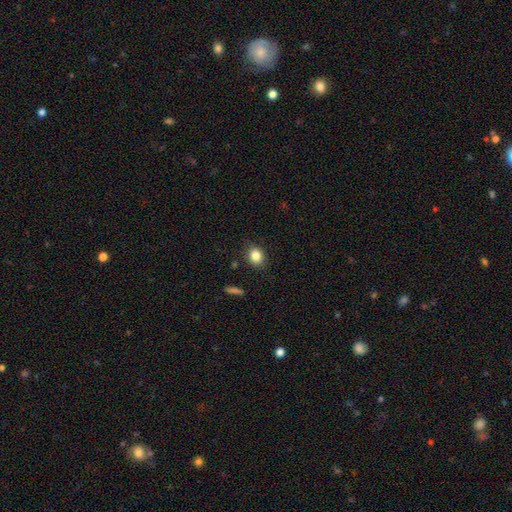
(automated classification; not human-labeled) The model was most divided on "how rounded": round: 62%, in between: 36%, cigar-shaped: 1%. More confident: merging — none (87%); smooth or featured — smooth (84%).